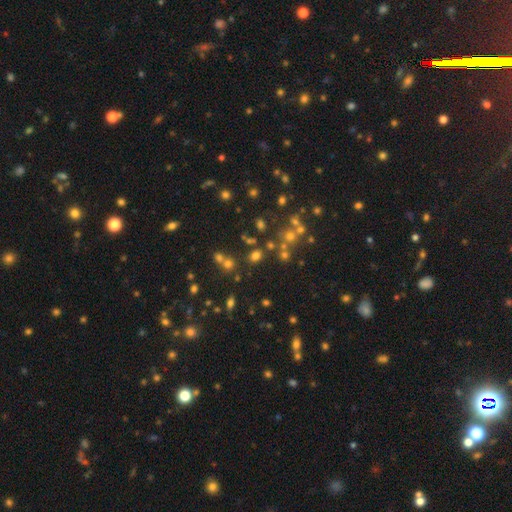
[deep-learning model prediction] Smooth or featured?
  - smooth: 61% *
  - star or artifact: 26%
  - featured or disk: 13%
How rounded?
  - round: 54% *
  - in between: 44%
  - cigar-shaped: 2%
Merging?
  - none: 69% *
  - merger: 15%
  - minor disturbance: 11%
  - major disturbance: 5%